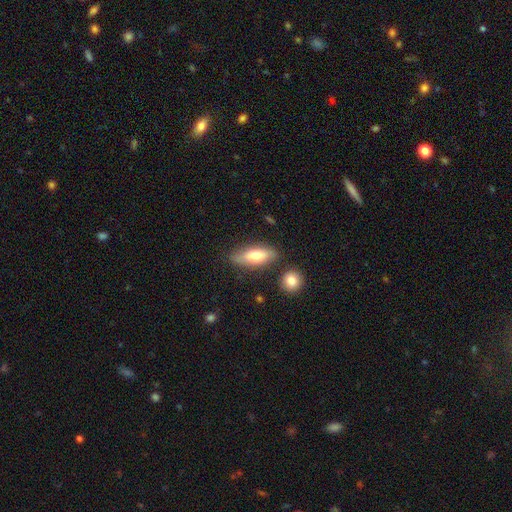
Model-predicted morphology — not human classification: A smooth galaxy with no disk features (68%) that is in between round and cigar-shaped (65%).

Vote fractions:
- Smooth or featured? smooth: 68% / featured or disk: 26% / star or artifact: 6%
- How rounded? in between: 65% / cigar-shaped: 32% / round: 3%
- Merging? none: 76% / minor disturbance: 15% / merger: 6% / major disturbance: 3%